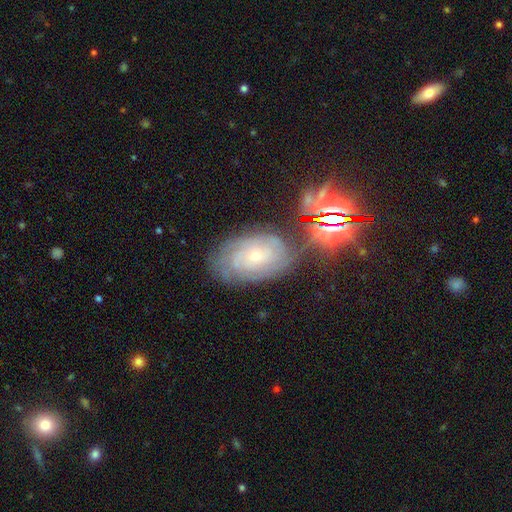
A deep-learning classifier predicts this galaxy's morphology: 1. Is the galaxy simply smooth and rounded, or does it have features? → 74% featured or disk, 14% star or artifact, 13% smooth.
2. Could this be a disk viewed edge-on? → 95% no, 5% yes.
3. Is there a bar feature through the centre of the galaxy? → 77% no, 18% weak, 4% strong.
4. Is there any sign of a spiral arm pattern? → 93% yes, 7% no.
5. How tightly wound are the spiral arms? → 76% tight, 19% medium, 5% loose.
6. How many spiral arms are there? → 46% can't tell, 16% 3, 15% 2, 12% 4, 7% more than 4, 5% 1.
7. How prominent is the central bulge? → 76% small, 21% moderate, 1% none, 1% large, 1% dominant.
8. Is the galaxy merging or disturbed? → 70% none, 19% minor disturbance, 7% major disturbance, 4% merger.